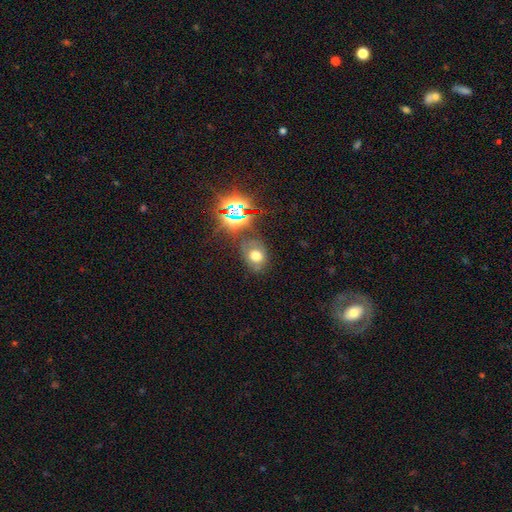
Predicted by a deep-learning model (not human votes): The model was most divided on "how rounded": in between: 52%, round: 47%, cigar-shaped: 1%. More confident: merging — none (69%); smooth or featured — smooth (56%).